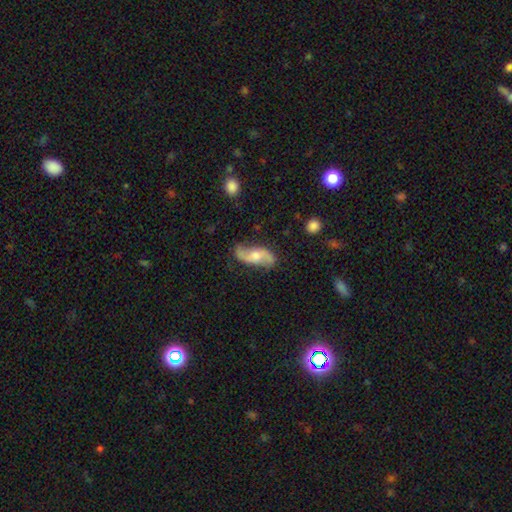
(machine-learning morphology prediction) Smooth or featured? Predicted: featured or disk (p=0.76). Edge-on disk? Predicted: no (p=0.93). Bar? Predicted: no (p=0.54). Spiral arms? Predicted: yes (p=0.94). Spiral winding? Predicted: loose (p=0.72). Spiral arm count? Predicted: 2 (p=0.92). Bulge size? Predicted: moderate (p=0.57). Merging? Predicted: none (p=0.76).